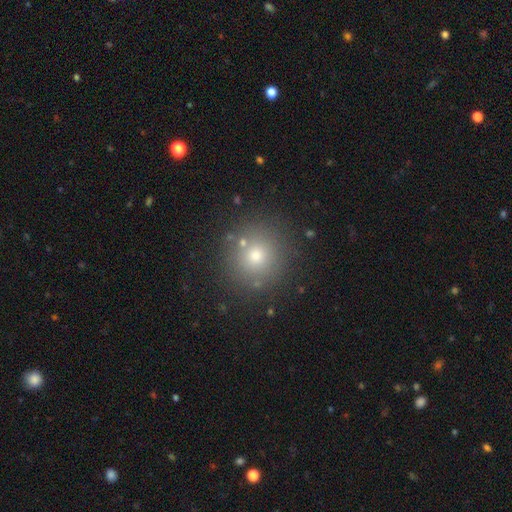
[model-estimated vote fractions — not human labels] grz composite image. It shows a smooth galaxy with no disk features (71%) that is round (93%). Merging: none (84%).